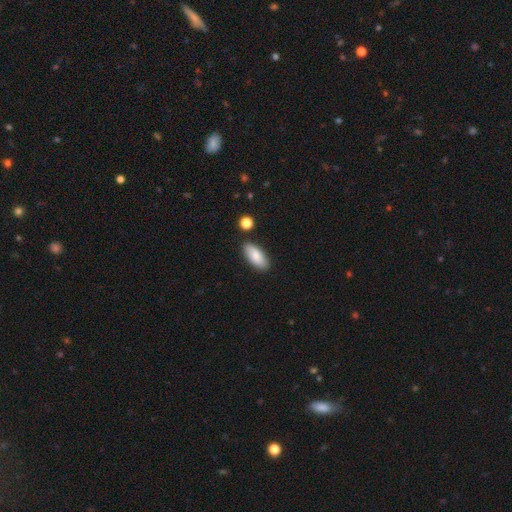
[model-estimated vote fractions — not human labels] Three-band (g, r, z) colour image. It shows a smooth galaxy with no disk features (84%) that is in between round and cigar-shaped (87%). Merging: none (84%).